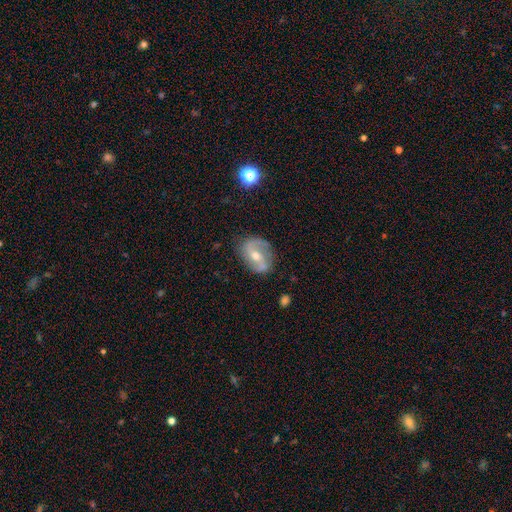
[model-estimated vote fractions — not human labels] Smooth or featured: featured or disk — 82% (smooth — 11%)
Edge-on disk: no — 97% (yes — 3%)
Bar: weak — 43% (no — 31%)
Spiral arms: yes — 93% (no — 7%)
Spiral winding: medium — 42% (loose — 40%)
Spiral arm count: 2 — 88% (can't tell — 5%)
Bulge size: moderate — 63% (small — 33%)
Merging: none — 78% (minor disturbance — 16%)